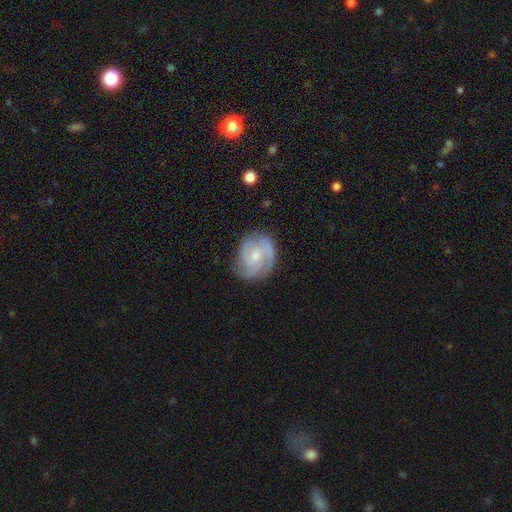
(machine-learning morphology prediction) This appears to be a featured or disk galaxy (76%) with no bar (58%), 3 (34%) tight (50%) spiral arms (93%) and a small central bulge (53%). Merging: none (72%).